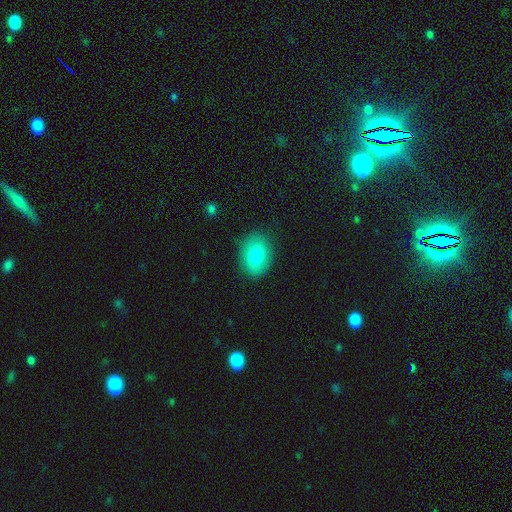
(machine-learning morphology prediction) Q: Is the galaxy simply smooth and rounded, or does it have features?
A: smooth — 77%.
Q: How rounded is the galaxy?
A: in between — 70%.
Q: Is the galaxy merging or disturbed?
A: none — 83%.